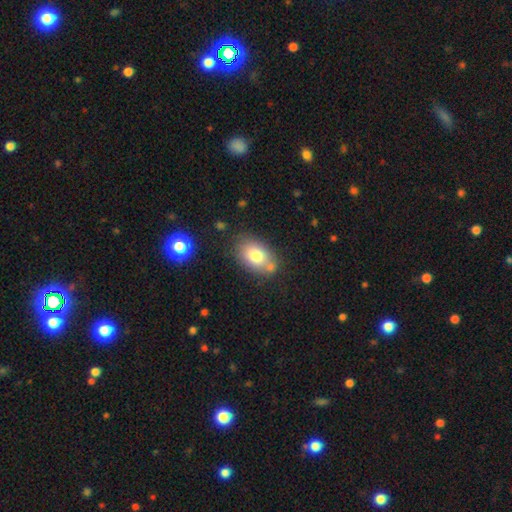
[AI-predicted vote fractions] smooth_or_featured: smooth (p=0.77) [alt: featured or disk p=0.14]
how_rounded: in between (p=0.85) [alt: round p=0.14]
merging: none (p=0.67) [alt: minor disturbance p=0.16]